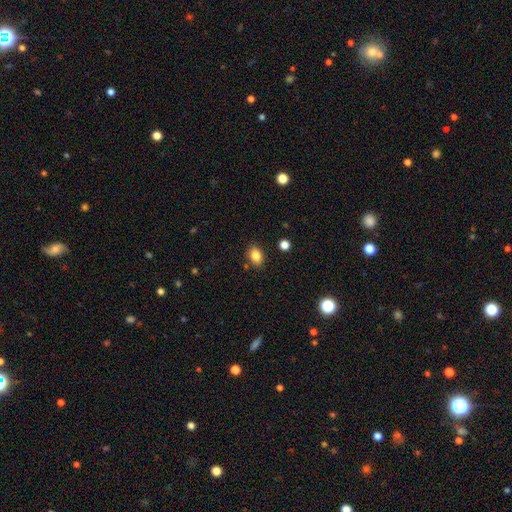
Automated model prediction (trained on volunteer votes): Overall: smooth (84%). How rounded: in between (77%). Merging: none (83%).